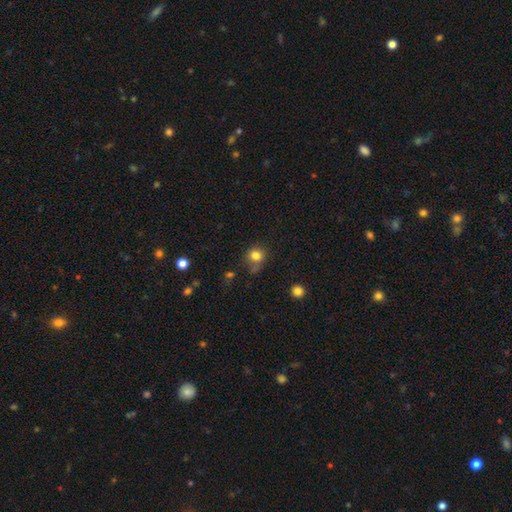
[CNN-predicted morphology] A smooth galaxy with no disk features (81%) that is round (83%).

Vote fractions:
- Smooth or featured? smooth: 81% / star or artifact: 12% / featured or disk: 7%
- How rounded? round: 83% / in between: 16% / cigar-shaped: 1%
- Merging? none: 66% / minor disturbance: 21% / merger: 7% / major disturbance: 7%